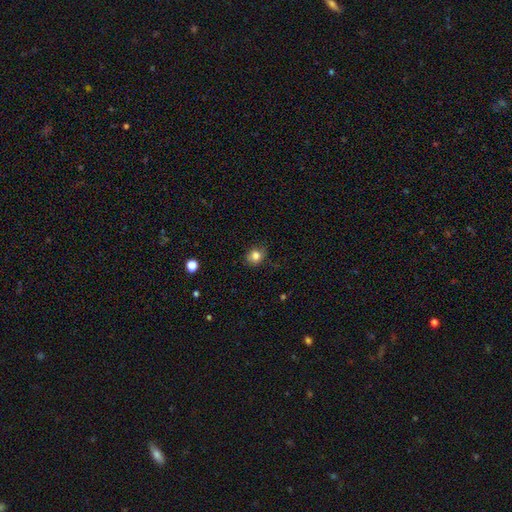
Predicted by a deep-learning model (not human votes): Q: Smooth or featured?
A: smooth (82%); runner-up: star or artifact (11%)
Q: How rounded?
A: round (68%); runner-up: in between (31%)
Q: Merging?
A: none (76%); runner-up: minor disturbance (19%)